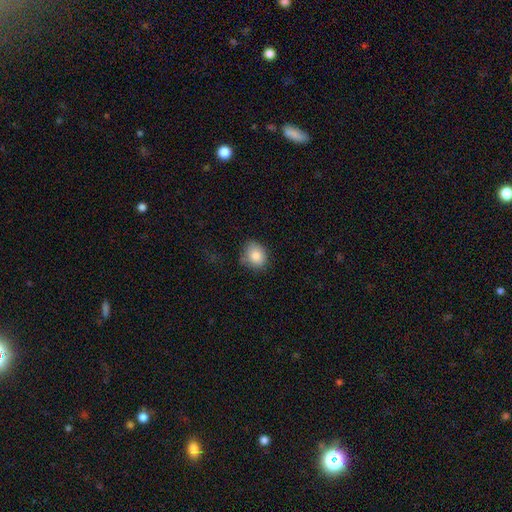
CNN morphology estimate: A smooth galaxy with no disk features (84%) that is round (59%).

Vote fractions:
- Smooth or featured? smooth: 84% / star or artifact: 9% / featured or disk: 7%
- How rounded? round: 59% / in between: 40% / cigar-shaped: 1%
- Merging? none: 69% / minor disturbance: 23% / major disturbance: 5% / merger: 3%